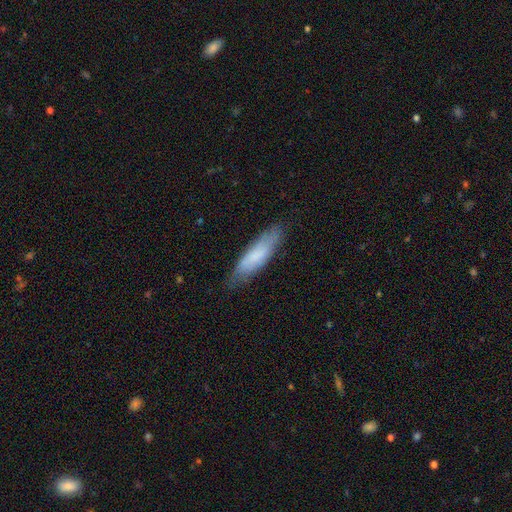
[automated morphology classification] Smooth or featured?
  - smooth: 74% *
  - featured or disk: 20%
  - star or artifact: 6%
How rounded?
  - cigar-shaped: 66% *
  - in between: 33%
  - round: 1%
Merging?
  - none: 78% *
  - minor disturbance: 17%
  - major disturbance: 3%
  - merger: 1%